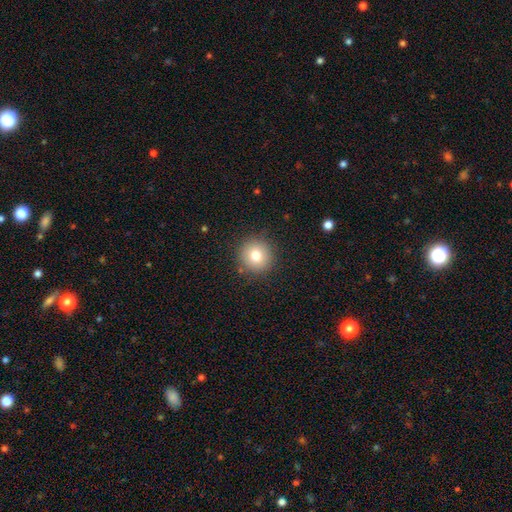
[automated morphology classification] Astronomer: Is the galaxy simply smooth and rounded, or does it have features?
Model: smooth — 77%.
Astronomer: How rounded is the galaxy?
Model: round — 94%.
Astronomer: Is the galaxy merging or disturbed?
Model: none — 88%.